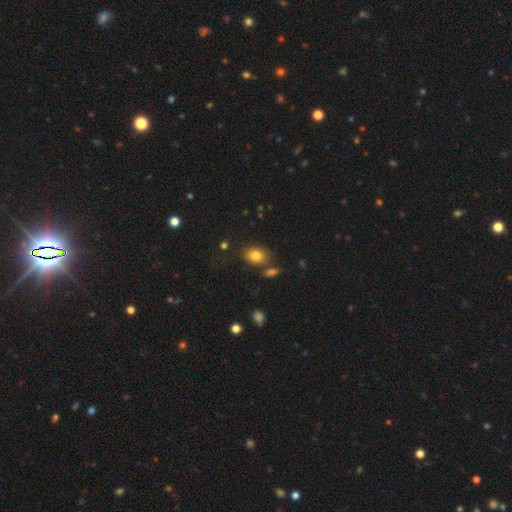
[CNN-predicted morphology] Smooth or featured? Predicted: smooth (p=0.81). How rounded? Predicted: in between (p=0.65). Merging? Predicted: none (p=0.75).